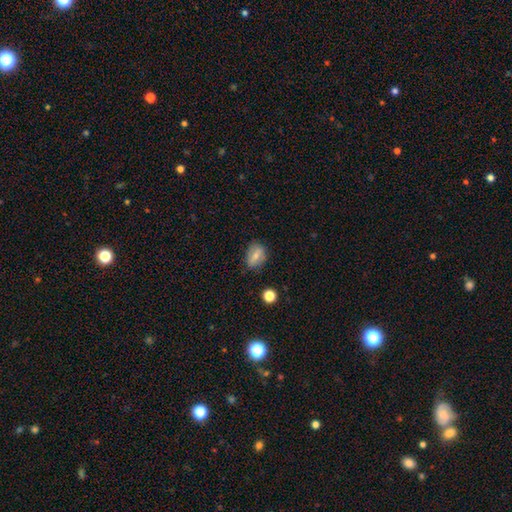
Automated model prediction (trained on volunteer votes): Q: Smooth or featured?
A: smooth (66%); runner-up: featured or disk (24%)
Q: How rounded?
A: in between (70%); runner-up: round (28%)
Q: Merging?
A: none (76%); runner-up: minor disturbance (18%)